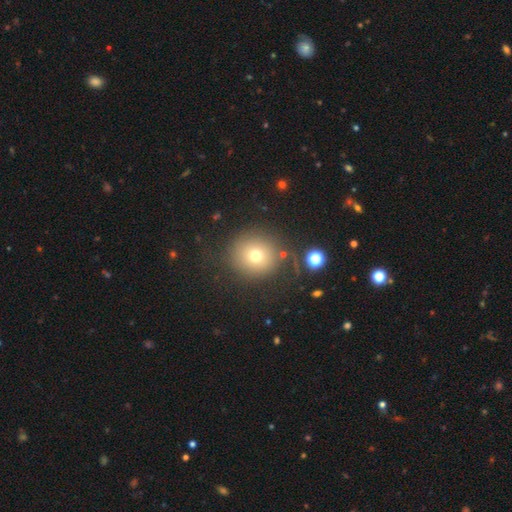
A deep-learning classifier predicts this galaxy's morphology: Smooth or featured?
  - smooth: 70% *
  - star or artifact: 17%
  - featured or disk: 13%
How rounded?
  - round: 91% *
  - in between: 8%
  - cigar-shaped: 1%
Merging?
  - none: 77% *
  - minor disturbance: 11%
  - major disturbance: 8%
  - merger: 4%